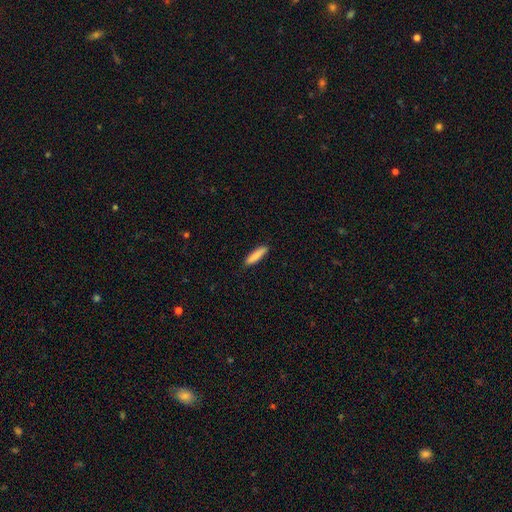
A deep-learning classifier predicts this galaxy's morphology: Smooth or featured? smooth (87%)
How rounded? cigar-shaped (79%)
Merging? none (89%)